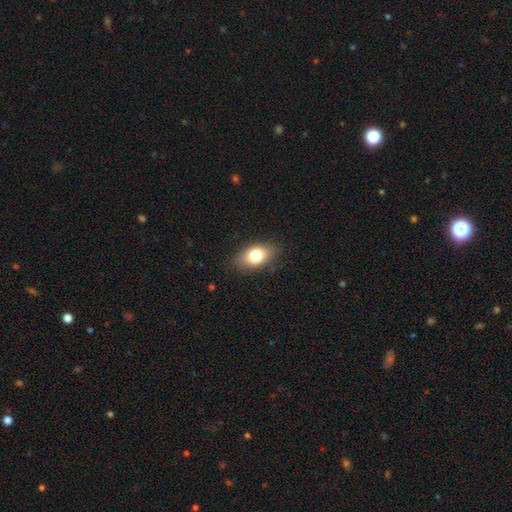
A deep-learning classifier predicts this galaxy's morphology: The model was most divided on "smooth or featured": smooth: 77%, featured or disk: 15%, star or artifact: 8%. More confident: how rounded — in between (88%); merging — none (83%).